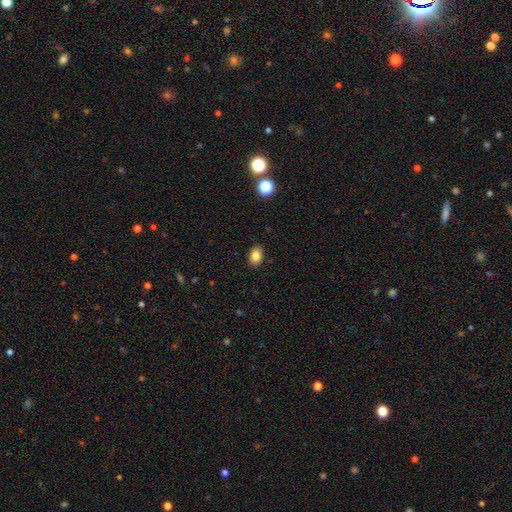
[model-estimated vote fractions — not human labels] A smooth galaxy with no disk features (83%) that is in between round and cigar-shaped (71%).

Vote fractions:
- Smooth or featured? smooth: 83% / star or artifact: 10% / featured or disk: 7%
- How rounded? in between: 71% / round: 28% / cigar-shaped: 1%
- Merging? none: 88% / minor disturbance: 8% / major disturbance: 2% / merger: 1%